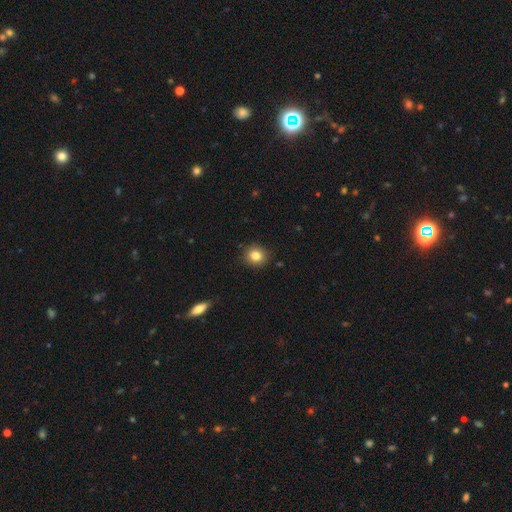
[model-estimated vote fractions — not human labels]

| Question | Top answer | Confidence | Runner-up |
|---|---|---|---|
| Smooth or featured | smooth | 83% | star or artifact (11%) |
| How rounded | round | 84% | in between (15%) |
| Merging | none | 90% | minor disturbance (7%) |